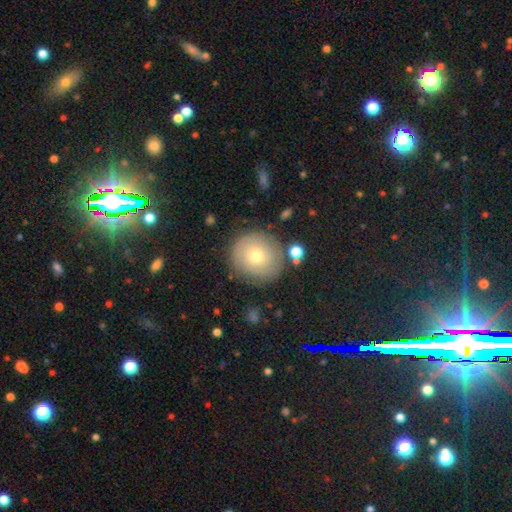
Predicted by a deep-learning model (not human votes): Smooth or featured: smooth — 52% (featured or disk — 38%)
How rounded: round — 90% (in between — 9%)
Merging: none — 81% (minor disturbance — 12%)